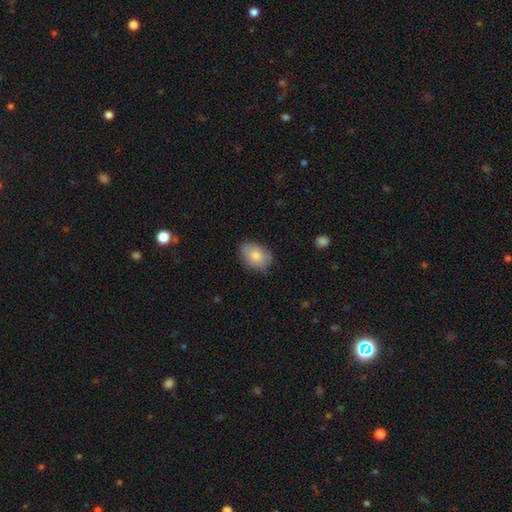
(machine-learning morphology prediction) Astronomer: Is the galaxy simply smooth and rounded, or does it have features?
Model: smooth — 80%.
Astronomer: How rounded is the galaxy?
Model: in between — 80%.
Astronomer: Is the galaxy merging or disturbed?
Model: none — 76%.